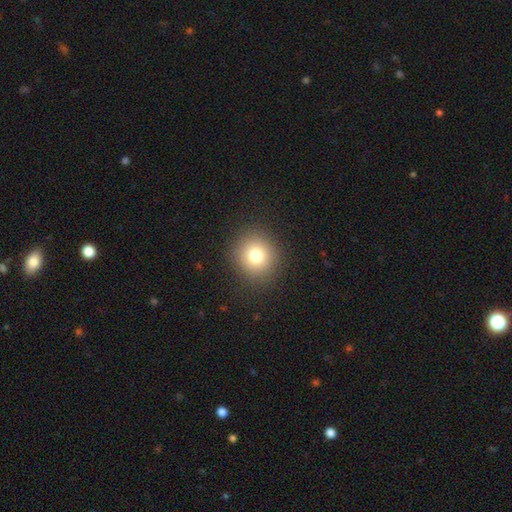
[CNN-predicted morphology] Q: Smooth or featured?
A: smooth (78%); runner-up: star or artifact (13%)
Q: How rounded?
A: round (89%); runner-up: in between (10%)
Q: Merging?
A: none (90%); runner-up: minor disturbance (6%)